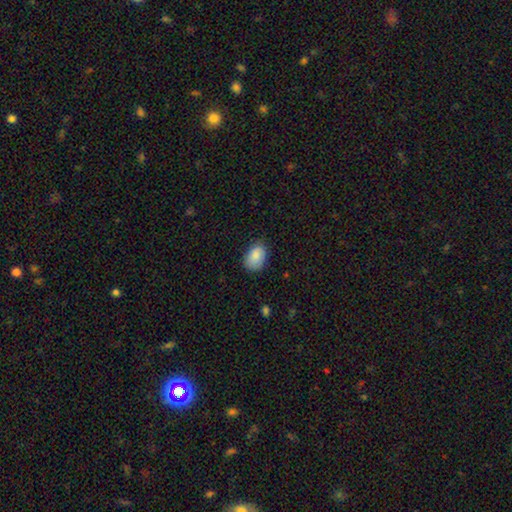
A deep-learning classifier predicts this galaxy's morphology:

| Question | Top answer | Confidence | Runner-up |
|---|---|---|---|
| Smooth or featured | smooth | 87% | star or artifact (7%) |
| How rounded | in between | 79% | round (20%) |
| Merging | none | 74% | minor disturbance (21%) |